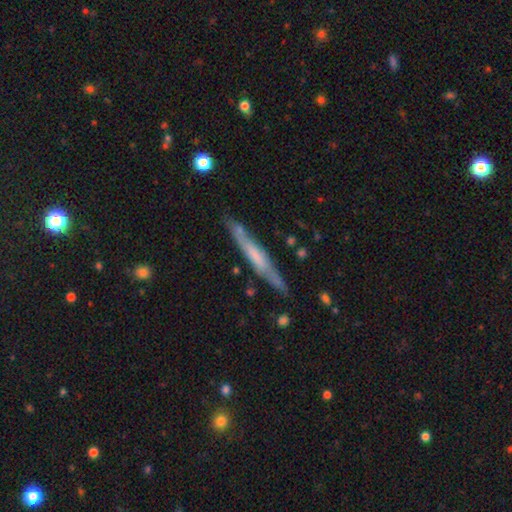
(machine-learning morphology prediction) featured or disk 55%, smooth 39%, star or artifact 6%. Down the decision tree: edge-on disk — yes (90%); merging — none (81%).